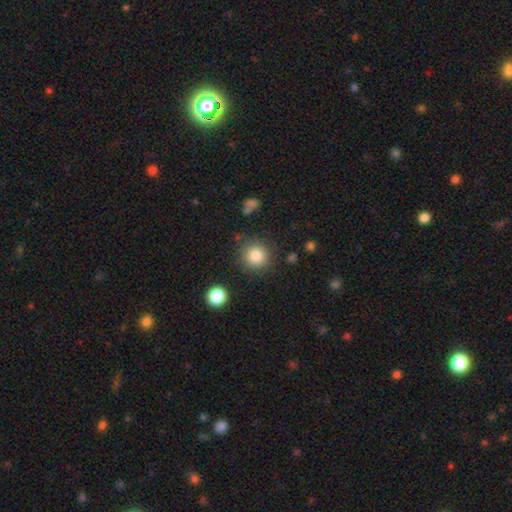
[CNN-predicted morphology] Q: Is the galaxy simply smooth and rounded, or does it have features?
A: smooth — 84%.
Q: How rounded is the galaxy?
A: round — 93%.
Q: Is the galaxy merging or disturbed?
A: none — 86%.